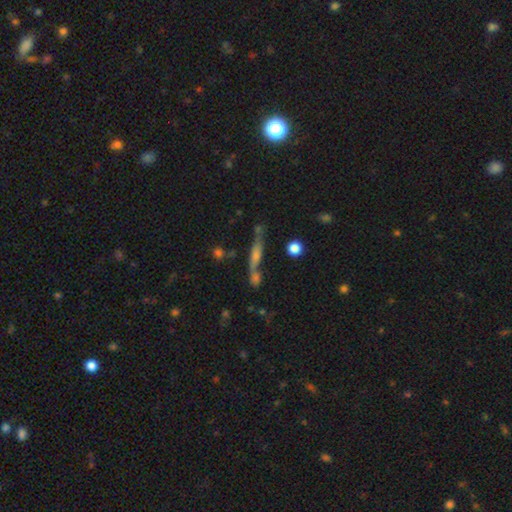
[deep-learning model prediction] Smooth or featured? Predicted: featured or disk (p=0.54). Edge-on disk? Predicted: yes (p=0.84). Merging? Predicted: none (p=0.63).